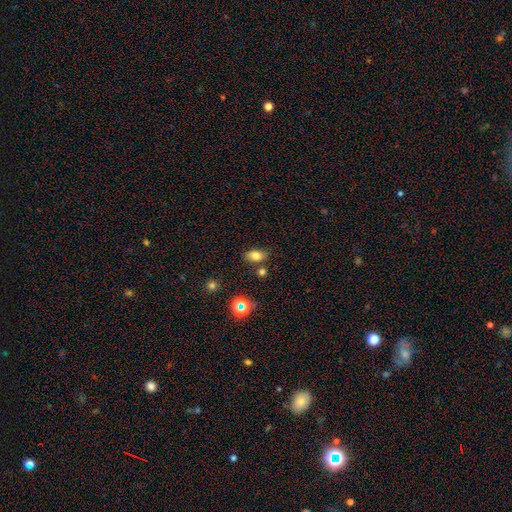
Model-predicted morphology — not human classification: Smooth or featured? smooth (76%)
How rounded? in between (82%)
Merging? none (71%)